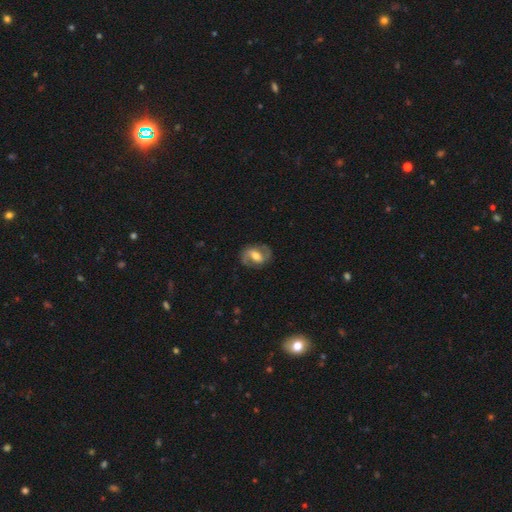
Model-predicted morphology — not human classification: This appears to be a featured or disk galaxy (77%) with a weak bar (45%), 2 (89%) medium (53%) spiral arms (90%) and a moderate central bulge (61%). Merging: none (79%).